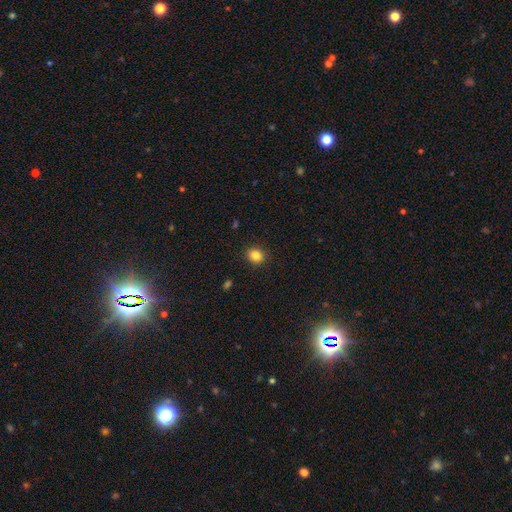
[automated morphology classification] Smooth or featured: smooth — 84% (star or artifact — 11%)
How rounded: round — 72% (in between — 27%)
Merging: none — 90% (minor disturbance — 7%)